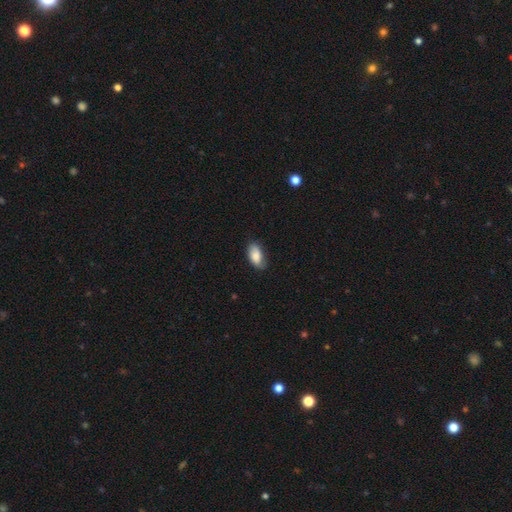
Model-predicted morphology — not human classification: A smooth galaxy with no disk features (83%) that is in between round and cigar-shaped (94%).

Vote fractions:
- Smooth or featured? smooth: 83% / featured or disk: 10% / star or artifact: 6%
- How rounded? in between: 94% / round: 3% / cigar-shaped: 3%
- Merging? none: 68% / minor disturbance: 26% / major disturbance: 5% / merger: 1%